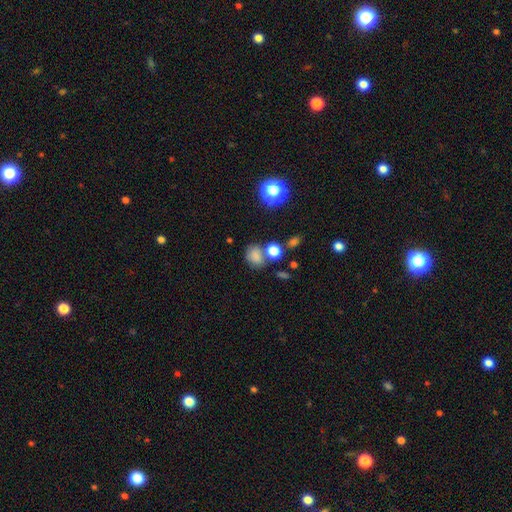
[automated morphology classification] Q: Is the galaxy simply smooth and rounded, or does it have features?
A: smooth — 75%.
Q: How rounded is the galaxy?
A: round — 53%.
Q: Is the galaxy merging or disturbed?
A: none — 57%.